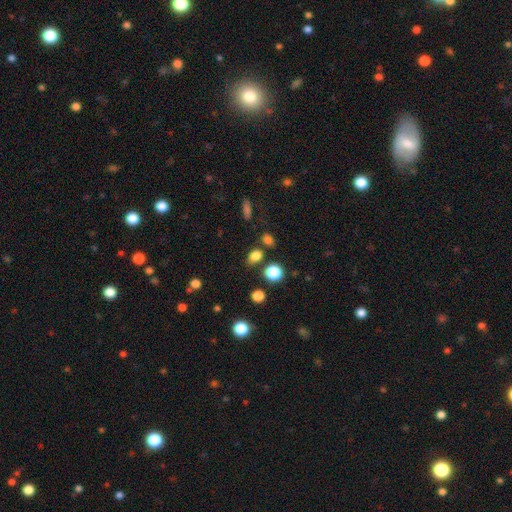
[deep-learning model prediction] Morphology: type=smooth (80%); roundness=in between (60%); merging=none (74%).